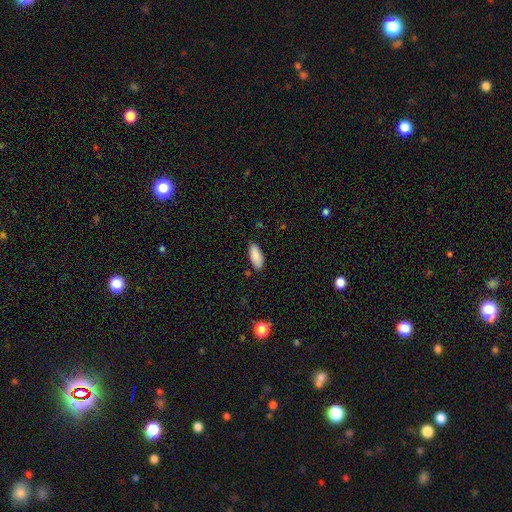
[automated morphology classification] Smooth or featured: smooth — 88% (star or artifact — 6%)
How rounded: in between — 85% (cigar-shaped — 13%)
Merging: none — 84% (minor disturbance — 12%)